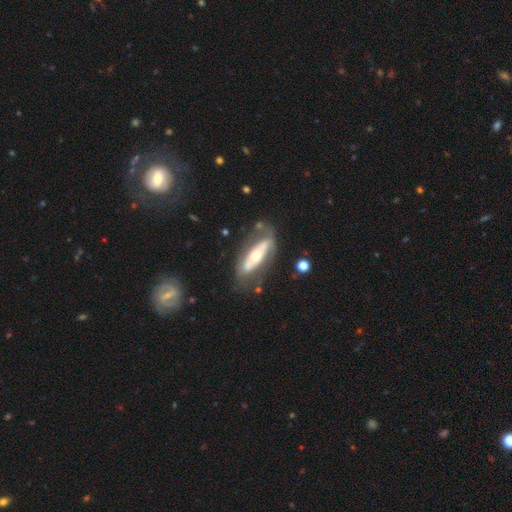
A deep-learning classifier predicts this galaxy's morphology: This appears to be a featured or disk galaxy (65%). Merging: none (63%).